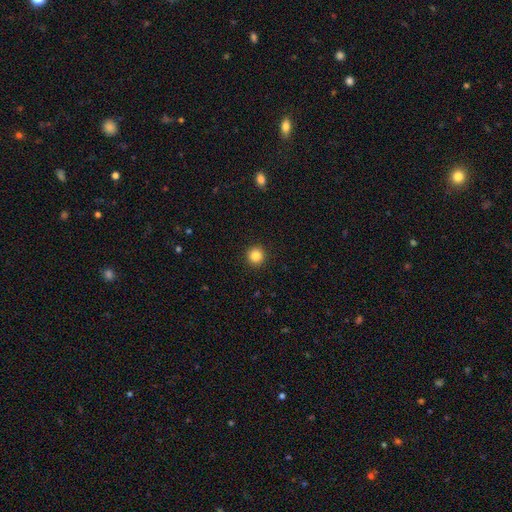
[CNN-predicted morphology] smooth_or_featured: smooth (p=0.85) [alt: star or artifact p=0.11]
how_rounded: round (p=0.95) [alt: in between p=0.04]
merging: none (p=0.93) [alt: minor disturbance p=0.04]